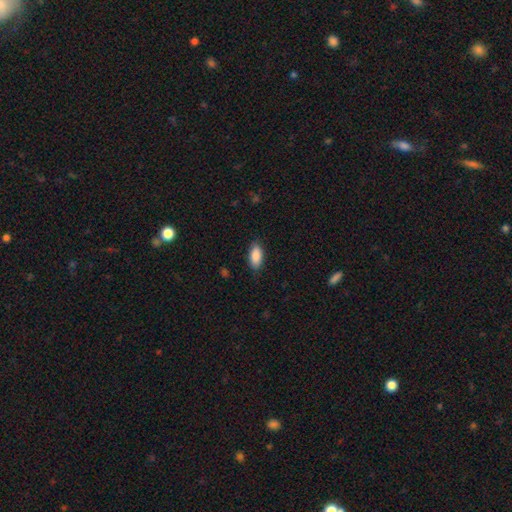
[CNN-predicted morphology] The model was most divided on "merging": none: 85%, minor disturbance: 11%, major disturbance: 2%, merger: 1%. More confident: how rounded — in between (89%); smooth or featured — smooth (89%).